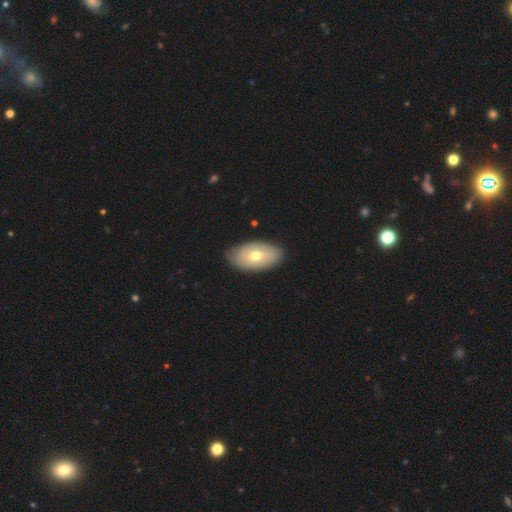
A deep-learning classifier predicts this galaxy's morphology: A smooth galaxy with no disk features (62%) that is in between round and cigar-shaped (93%).

Vote fractions:
- Smooth or featured? smooth: 62% / featured or disk: 32% / star or artifact: 6%
- How rounded? in between: 93% / round: 5% / cigar-shaped: 2%
- Merging? none: 81% / minor disturbance: 15% / major disturbance: 3% / merger: 1%